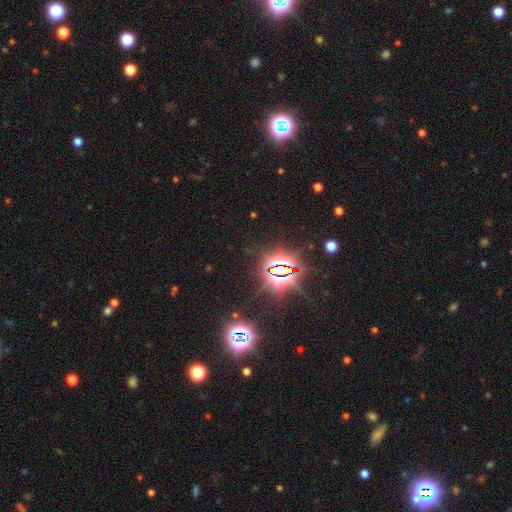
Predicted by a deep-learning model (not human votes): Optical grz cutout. It shows a star or artifact, not a galaxy (83%).